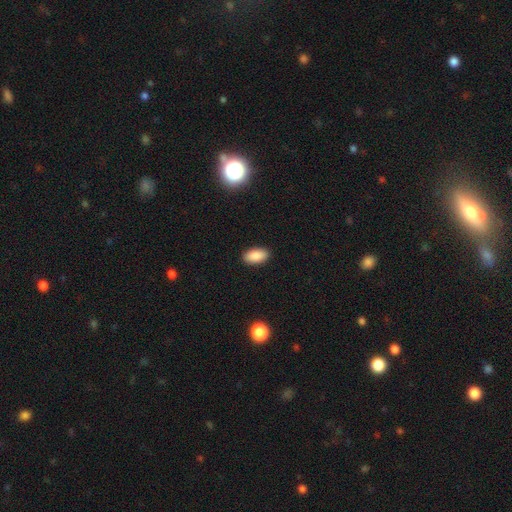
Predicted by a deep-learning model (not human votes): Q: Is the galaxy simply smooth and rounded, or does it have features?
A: smooth — 88%.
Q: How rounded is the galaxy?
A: in between — 94%.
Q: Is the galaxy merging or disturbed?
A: none — 90%.